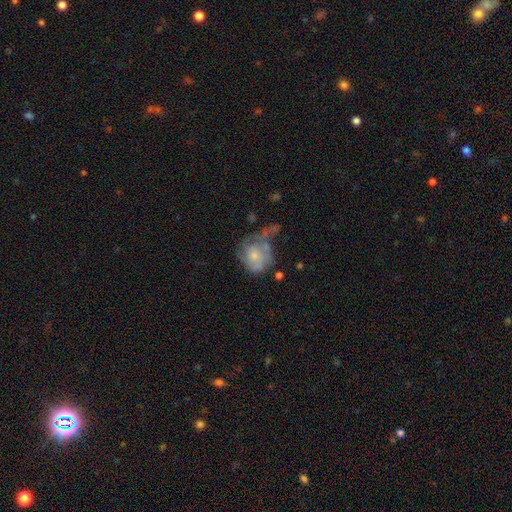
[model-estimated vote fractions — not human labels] Smooth or featured? featured or disk (47%)
Merging? major disturbance (38%)